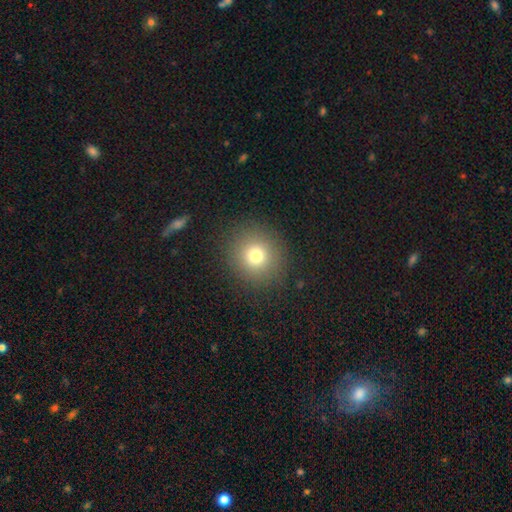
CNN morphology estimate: A smooth galaxy with no disk features (76%) that is round (90%).

Vote fractions:
- Smooth or featured? smooth: 76% / star or artifact: 15% / featured or disk: 10%
- How rounded? round: 90% / in between: 9% / cigar-shaped: 1%
- Merging? none: 89% / minor disturbance: 7% / major disturbance: 3% / merger: 1%